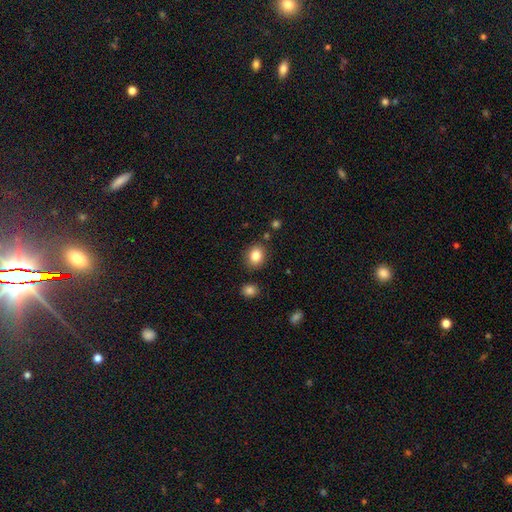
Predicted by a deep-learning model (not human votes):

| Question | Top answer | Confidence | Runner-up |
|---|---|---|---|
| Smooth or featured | smooth | 84% | star or artifact (10%) |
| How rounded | round | 61% | in between (38%) |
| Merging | none | 84% | minor disturbance (9%) |